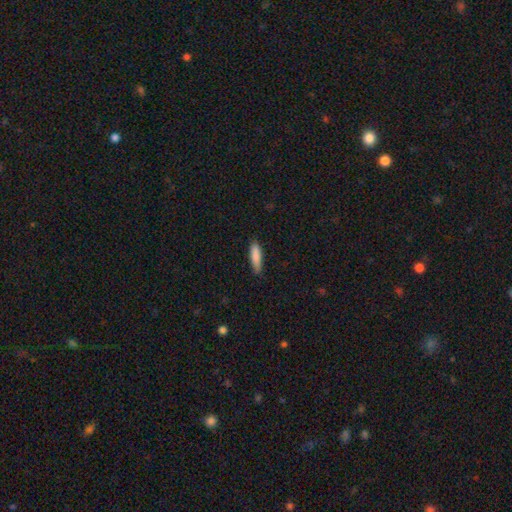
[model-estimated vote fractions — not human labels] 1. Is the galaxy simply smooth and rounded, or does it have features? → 86% smooth, 8% featured or disk, 6% star or artifact.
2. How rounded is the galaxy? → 66% cigar-shaped, 32% in between, 1% round.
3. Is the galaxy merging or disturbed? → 80% none, 16% minor disturbance, 2% major disturbance, 1% merger.